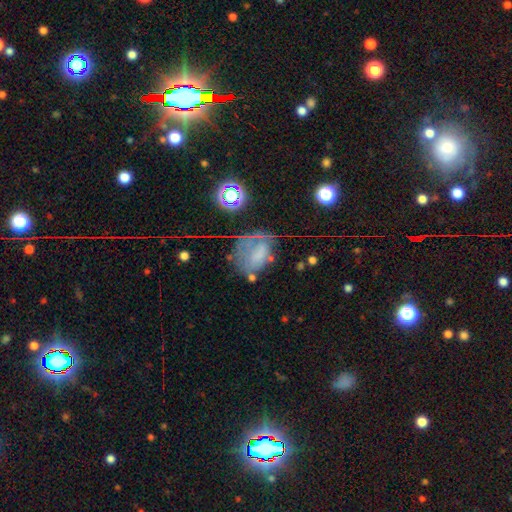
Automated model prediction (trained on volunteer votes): The model was most divided on "smooth or featured": smooth: 44%, featured or disk: 39%, star or artifact: 17%. Remaining: merging — none (36%).